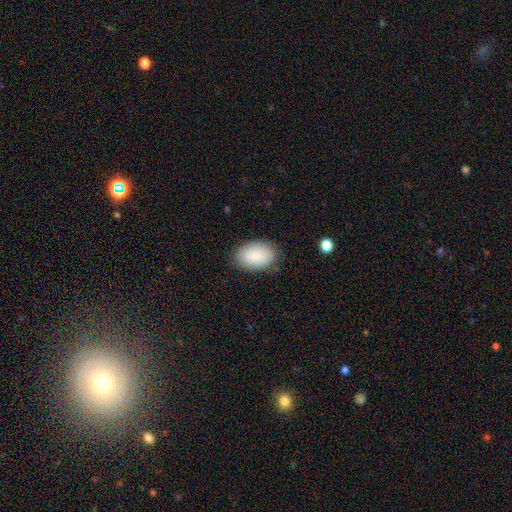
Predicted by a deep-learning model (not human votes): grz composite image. It shows a smooth galaxy with no disk features (84%) that is in between round and cigar-shaped (88%). Merging: none (81%).